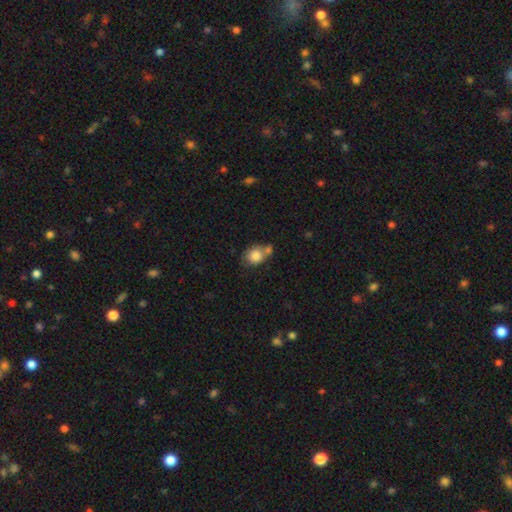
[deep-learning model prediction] Smooth or featured?
  - smooth: 82% *
  - featured or disk: 9%
  - star or artifact: 9%
How rounded?
  - round: 65% *
  - in between: 34%
  - cigar-shaped: 1%
Merging?
  - none: 47% *
  - merger: 32%
  - minor disturbance: 16%
  - major disturbance: 5%